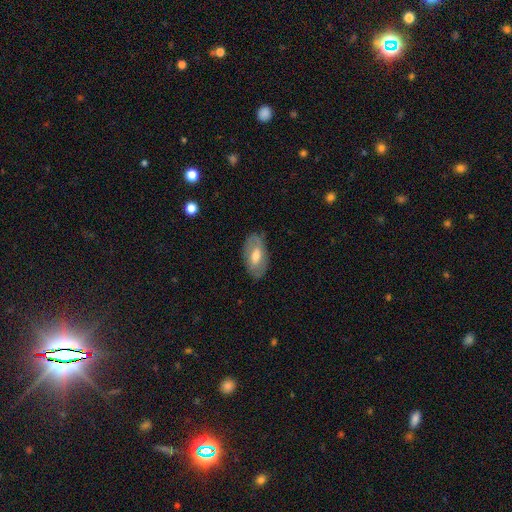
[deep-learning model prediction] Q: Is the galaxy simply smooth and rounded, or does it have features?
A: smooth — 47%.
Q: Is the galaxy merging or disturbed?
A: none — 81%.